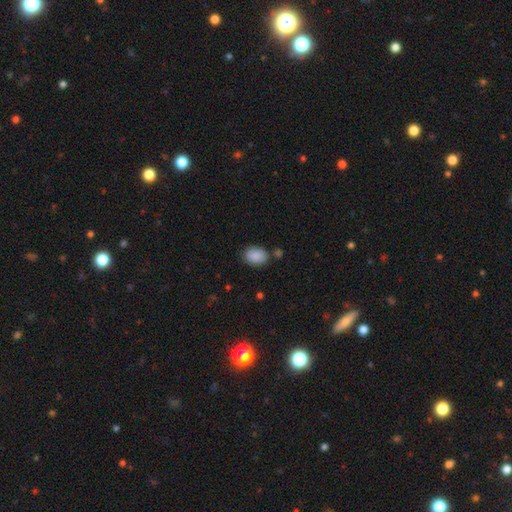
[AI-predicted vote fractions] Overall: smooth (89%). How rounded: in between (73%). Merging: none (77%).